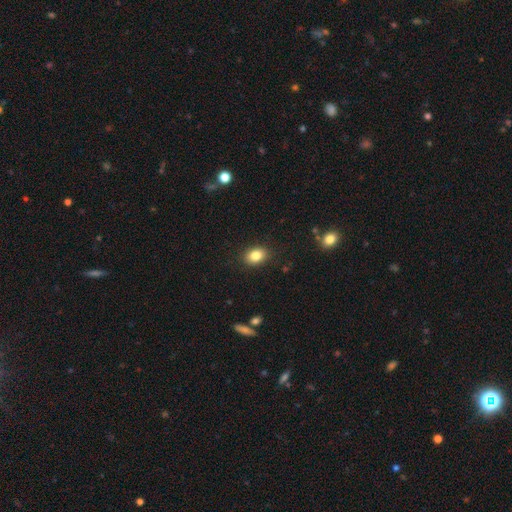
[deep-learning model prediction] smooth 84%, star or artifact 9%, featured or disk 7%. Down the decision tree: how rounded — in between (70%); merging — none (88%).